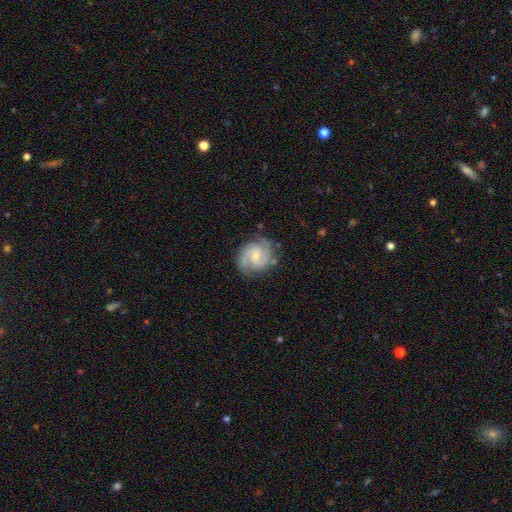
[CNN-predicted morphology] This is clearly a featured or disk galaxy (89%). It is clearly not viewed edge-on (98%). Bar: possibly weak (47%). Spiral arm pattern: clearly yes (98%). Spiral arm count: clearly 2 (82%). Spiral winding: possibly medium (49%). Central bulge: likely small (61%). Merging: likely none (79%).